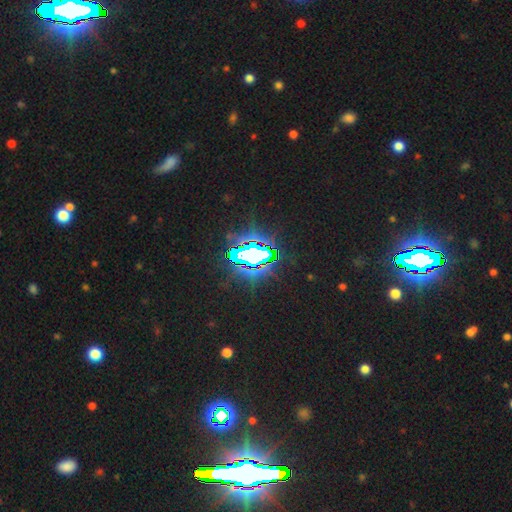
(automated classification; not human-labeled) Smooth or featured: star or artifact — 84% (smooth — 10%)